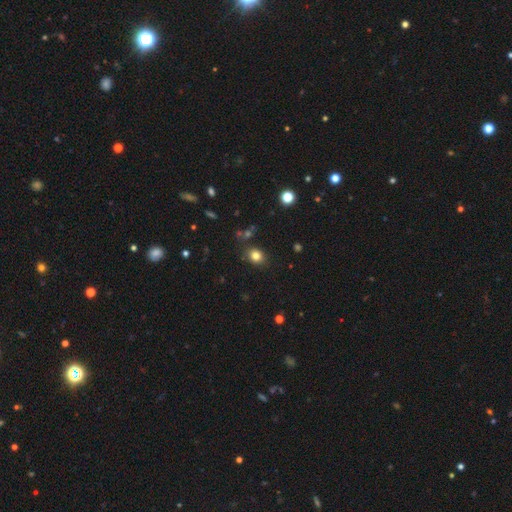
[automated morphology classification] This appears to be a smooth galaxy with no disk features (80%) that is round (60%). Merging: none (83%).